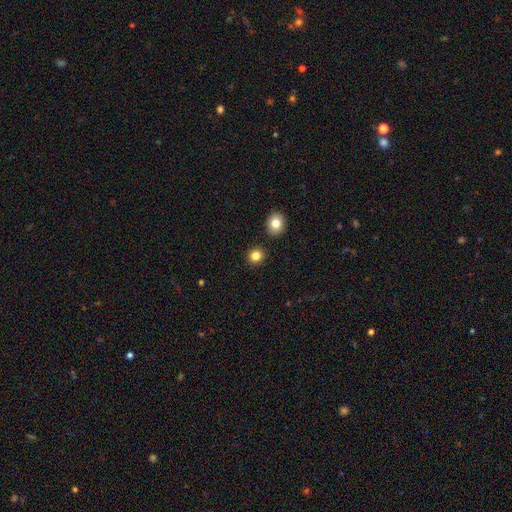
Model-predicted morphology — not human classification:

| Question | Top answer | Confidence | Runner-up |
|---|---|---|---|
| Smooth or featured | smooth | 83% | star or artifact (12%) |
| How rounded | round | 83% | in between (16%) |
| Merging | none | 88% | minor disturbance (6%) |